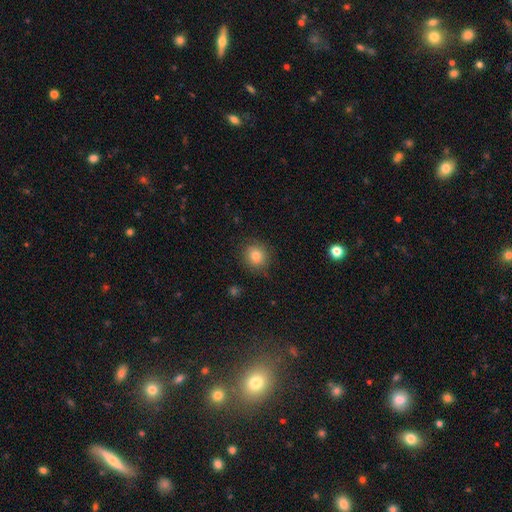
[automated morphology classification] A smooth galaxy with no disk features (82%) that is round (84%).

Vote fractions:
- Smooth or featured? smooth: 82% / star or artifact: 10% / featured or disk: 8%
- How rounded? round: 84% / in between: 15% / cigar-shaped: 1%
- Merging? none: 83% / minor disturbance: 12% / major disturbance: 3% / merger: 1%